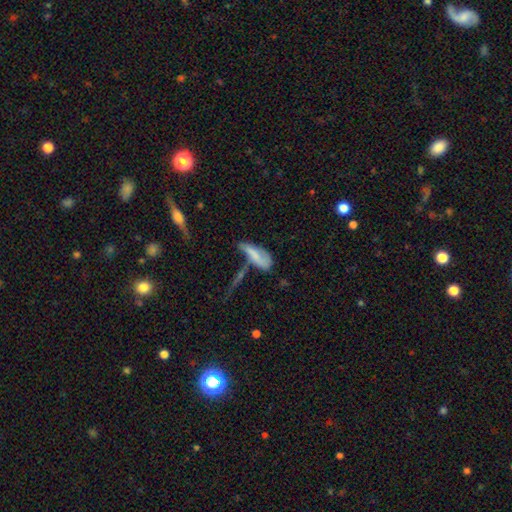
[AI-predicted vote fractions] smooth-or-featured: smooth: 59% | featured or disk: 31% | star or artifact: 10%
  how-rounded: in between: 68% | cigar-shaped: 29% | round: 3%
  merging: merger: 28% | none: 26% | major disturbance: 25% | minor disturbance: 22%